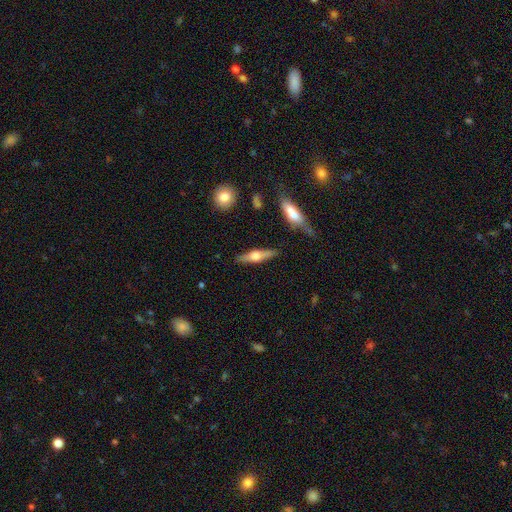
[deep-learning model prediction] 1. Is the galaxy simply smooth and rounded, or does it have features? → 68% featured or disk, 26% smooth, 6% star or artifact.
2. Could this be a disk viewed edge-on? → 96% yes, 4% no.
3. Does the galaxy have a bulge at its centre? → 89% rounded, 9% boxy, 2% none.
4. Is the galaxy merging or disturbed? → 86% none, 10% minor disturbance, 2% merger, 2% major disturbance.